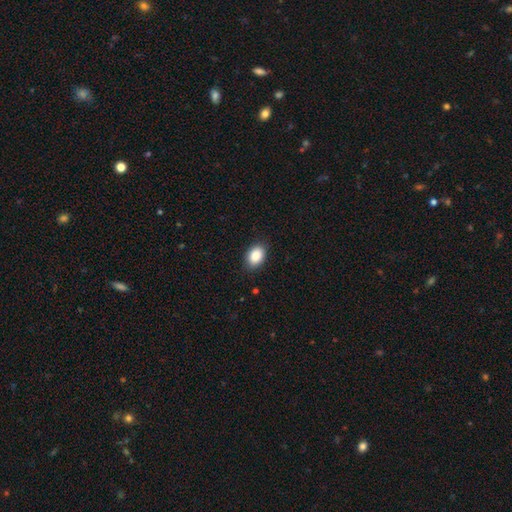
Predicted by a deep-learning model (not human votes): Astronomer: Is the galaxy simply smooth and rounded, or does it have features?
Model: smooth — 89%.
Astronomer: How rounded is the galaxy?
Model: in between — 80%.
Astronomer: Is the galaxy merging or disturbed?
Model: none — 87%.